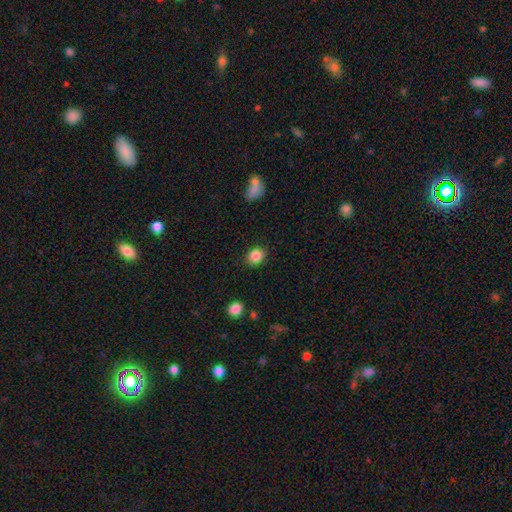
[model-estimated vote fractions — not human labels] smooth-or-featured: smooth: 86% | star or artifact: 10% | featured or disk: 4%
  how-rounded: round: 73% | in between: 26% | cigar-shaped: 1%
  merging: none: 87% | minor disturbance: 9% | major disturbance: 3% | merger: 1%